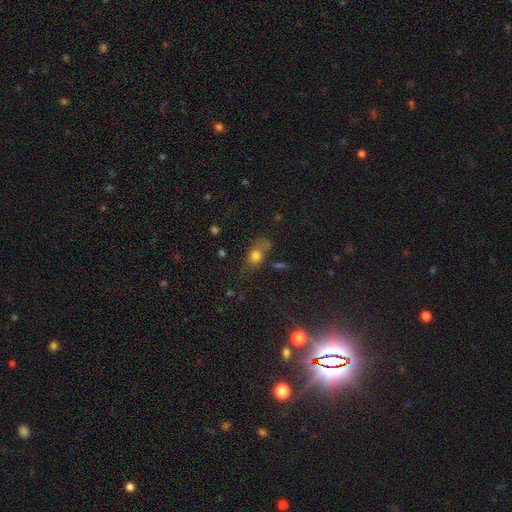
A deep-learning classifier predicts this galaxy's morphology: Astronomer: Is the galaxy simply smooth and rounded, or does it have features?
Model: smooth — 72%.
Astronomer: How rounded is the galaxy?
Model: in between — 59% (runner-up: round, 35%).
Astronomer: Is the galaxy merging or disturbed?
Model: none — 59%.